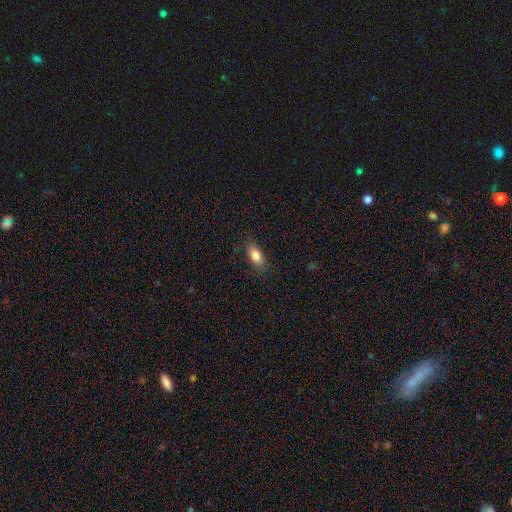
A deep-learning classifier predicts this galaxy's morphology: The model was most divided on "merging": none: 83%, minor disturbance: 13%, major disturbance: 3%, merger: 1%. More confident: how rounded — in between (85%); smooth or featured — smooth (83%).